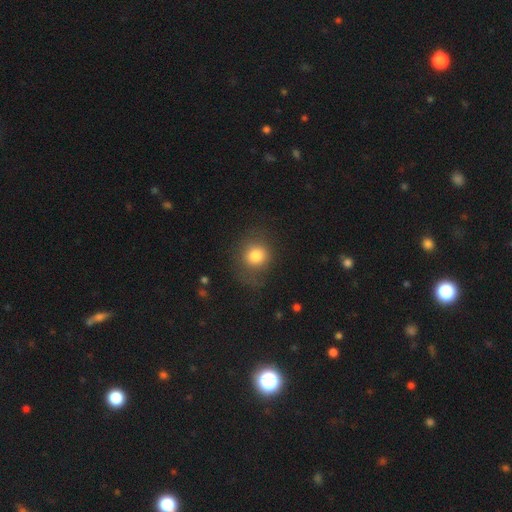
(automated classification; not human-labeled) This is likely a smooth galaxy (80%). How rounded: likely round (78%). Merging: likely none (68%).